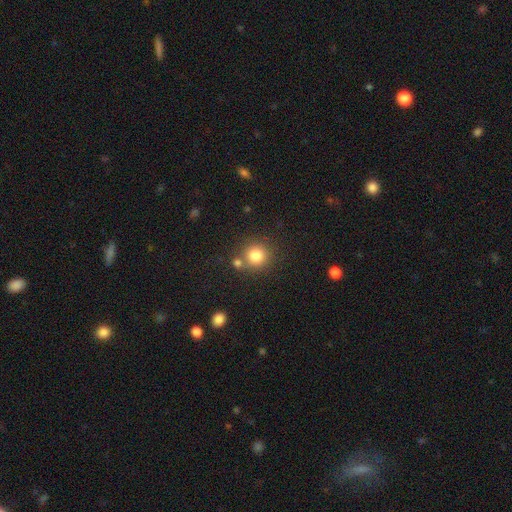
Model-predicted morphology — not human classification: A smooth galaxy with no disk features (82%) that is round (91%).

Vote fractions:
- Smooth or featured? smooth: 82% / star or artifact: 11% / featured or disk: 7%
- How rounded? round: 91% / in between: 8% / cigar-shaped: 1%
- Merging? none: 70% / merger: 18% / minor disturbance: 9% / major disturbance: 3%